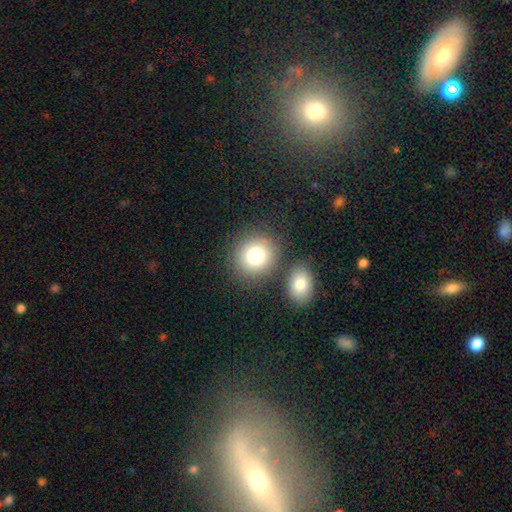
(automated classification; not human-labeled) A smooth galaxy with no disk features (80%) that is round (84%). Merging: none (75%).